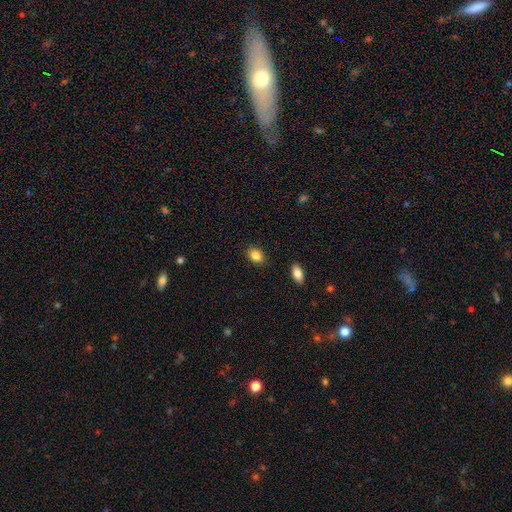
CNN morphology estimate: A smooth galaxy with no disk features (86%) that is in between round and cigar-shaped (72%).

Vote fractions:
- Smooth or featured? smooth: 86% / star or artifact: 8% / featured or disk: 5%
- How rounded? in between: 72% / round: 27% / cigar-shaped: 1%
- Merging? none: 87% / minor disturbance: 9% / major disturbance: 2% / merger: 2%